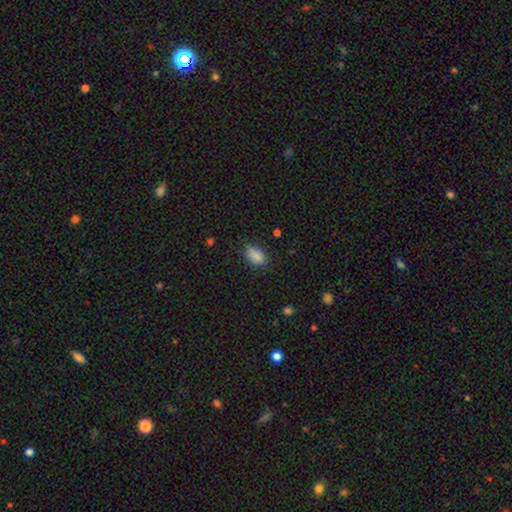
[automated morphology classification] Smooth or featured? smooth (87%)
How rounded? in between (90%)
Merging? none (81%)